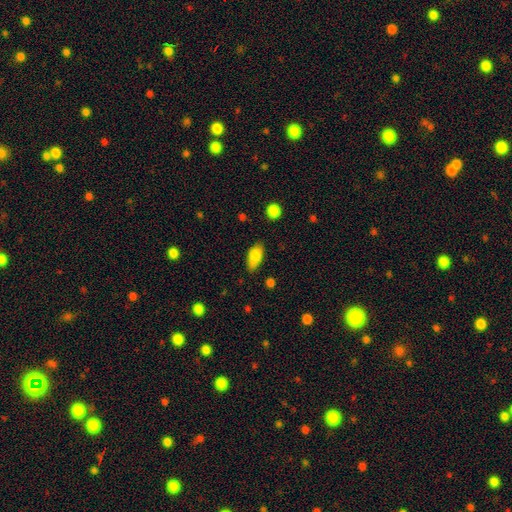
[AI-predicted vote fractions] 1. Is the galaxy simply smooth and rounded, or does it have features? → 83% smooth, 9% featured or disk, 7% star or artifact.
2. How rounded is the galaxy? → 86% in between, 11% cigar-shaped, 3% round.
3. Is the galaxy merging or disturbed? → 77% none, 18% minor disturbance, 3% major disturbance, 2% merger.